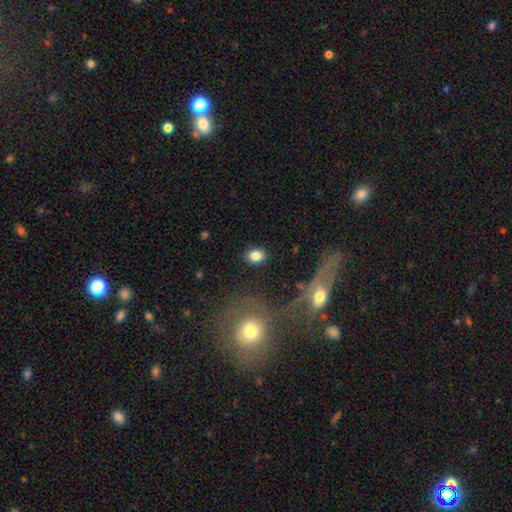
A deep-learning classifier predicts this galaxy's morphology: Q: Smooth or featured?
A: smooth (83%); runner-up: star or artifact (10%)
Q: How rounded?
A: in between (50%); runner-up: round (48%)
Q: Merging?
A: none (87%); runner-up: minor disturbance (8%)